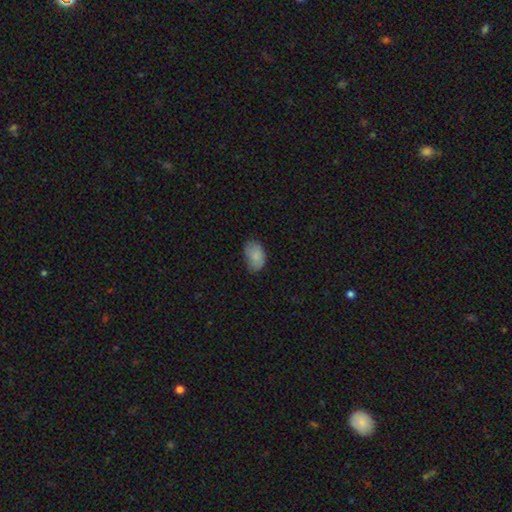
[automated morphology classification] Smooth or featured? smooth (85%)
How rounded? in between (88%)
Merging? none (63%)